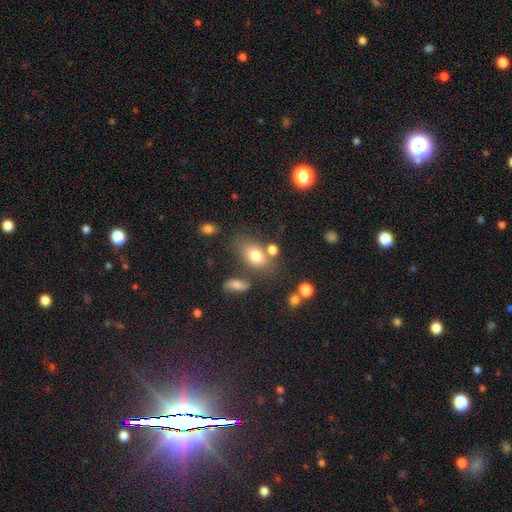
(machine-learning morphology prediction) Smooth or featured? Predicted: smooth (p=0.75). How rounded? Predicted: in between (p=0.79). Merging? Predicted: none (p=0.61).